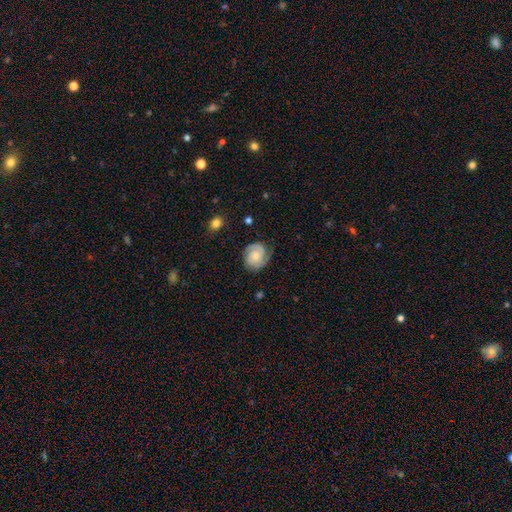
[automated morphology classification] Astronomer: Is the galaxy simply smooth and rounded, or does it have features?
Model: featured or disk — 73%.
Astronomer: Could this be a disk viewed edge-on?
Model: no — 98%.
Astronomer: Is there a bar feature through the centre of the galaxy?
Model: no — 71%.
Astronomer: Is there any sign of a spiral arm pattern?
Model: yes — 96%.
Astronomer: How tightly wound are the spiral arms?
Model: tight — 61%.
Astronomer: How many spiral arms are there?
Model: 2 — 66%.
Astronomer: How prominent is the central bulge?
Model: small — 43% (runner-up: moderate, 34%).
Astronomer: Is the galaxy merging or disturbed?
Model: none — 74%.